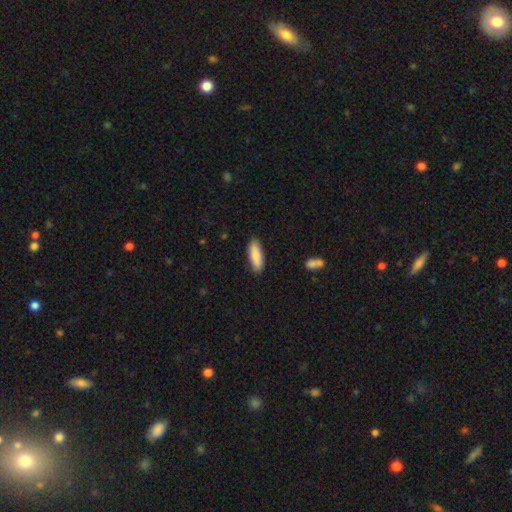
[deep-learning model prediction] This is clearly a smooth galaxy (84%). How rounded: possibly in between (54%). Merging: clearly none (88%).